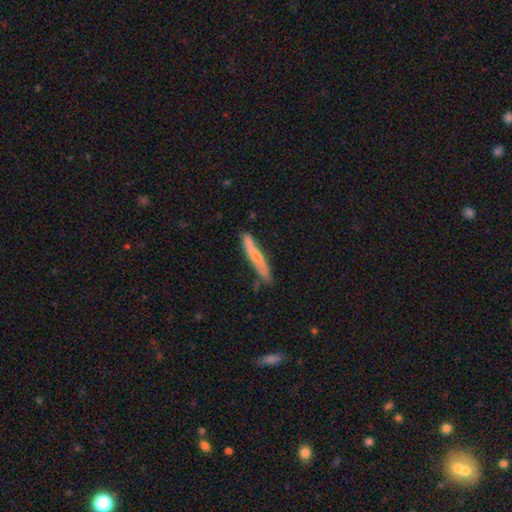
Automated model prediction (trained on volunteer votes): Smooth or featured?
  - smooth: 56% *
  - featured or disk: 39%
  - star or artifact: 5%
How rounded?
  - cigar-shaped: 93% *
  - in between: 6%
  - round: 1%
Merging?
  - none: 72% *
  - minor disturbance: 21%
  - major disturbance: 3%
  - merger: 3%